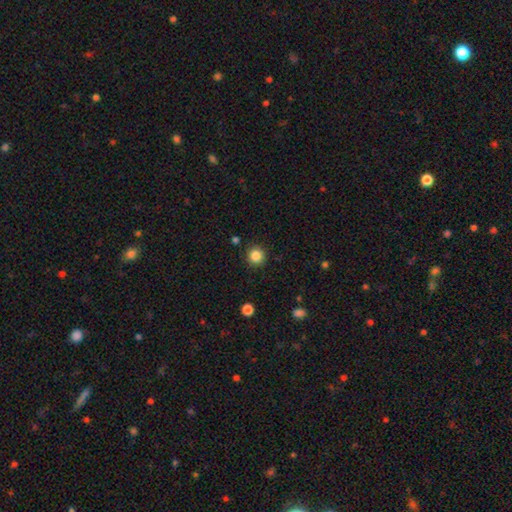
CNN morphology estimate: A smooth galaxy with no disk features (86%) that is round (94%).

Vote fractions:
- Smooth or featured? smooth: 86% / star or artifact: 11% / featured or disk: 3%
- How rounded? round: 94% / in between: 5% / cigar-shaped: 1%
- Merging? none: 90% / minor disturbance: 6% / major disturbance: 2% / merger: 1%